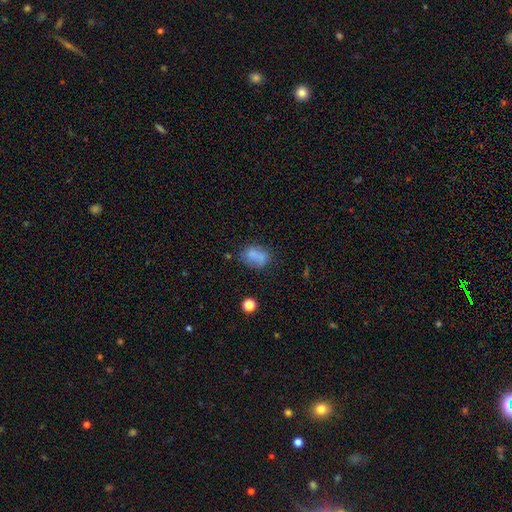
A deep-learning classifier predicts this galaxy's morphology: Overall: smooth (74%). How rounded: in between (71%). Merging: none (48%; minor disturbance 22%).